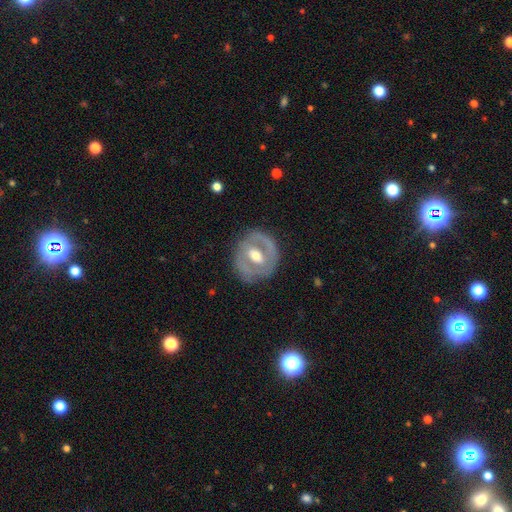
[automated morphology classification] Smooth or featured? Predicted: featured or disk (p=0.63). Edge-on disk? Predicted: no (p=0.94). Bar? Predicted: no (p=0.40). Spiral arms? Predicted: no (p=0.70). Bulge size? Predicted: moderate (p=0.74). Merging? Predicted: none (p=0.74).